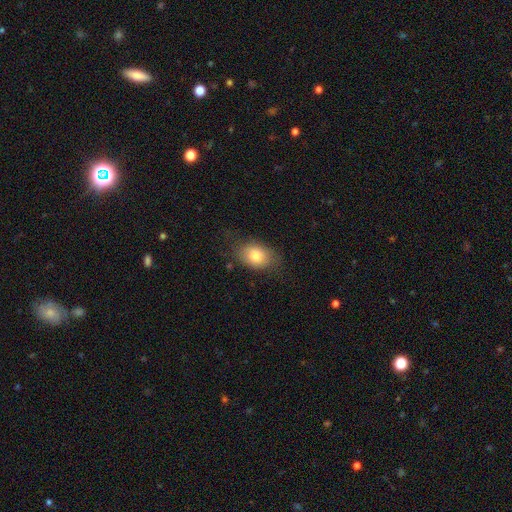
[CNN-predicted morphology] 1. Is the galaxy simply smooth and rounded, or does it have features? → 80% smooth, 12% featured or disk, 8% star or artifact.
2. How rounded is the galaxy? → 77% in between, 21% round, 1% cigar-shaped.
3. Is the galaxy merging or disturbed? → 71% none, 20% minor disturbance, 7% major disturbance, 1% merger.